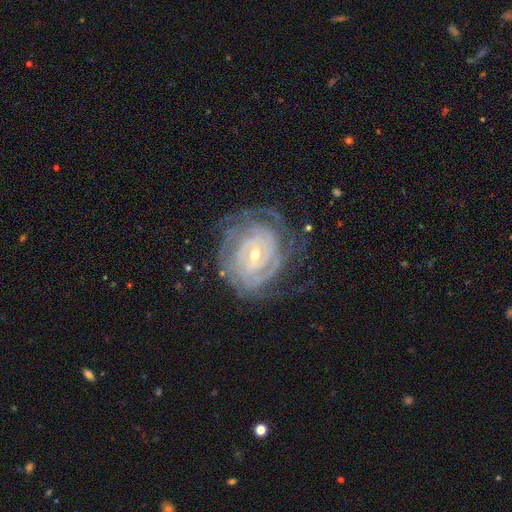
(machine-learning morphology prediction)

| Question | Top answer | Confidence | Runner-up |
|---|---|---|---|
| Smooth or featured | featured or disk | 87% | smooth (7%) |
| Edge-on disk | no | 97% | yes (3%) |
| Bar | no | 43% | weak (38%) |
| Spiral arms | yes | 95% | no (5%) |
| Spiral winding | tight | 82% | medium (15%) |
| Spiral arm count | can't tell | 39% | 4 (16%) |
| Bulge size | small | 71% | moderate (25%) |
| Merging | none | 71% | minor disturbance (17%) |